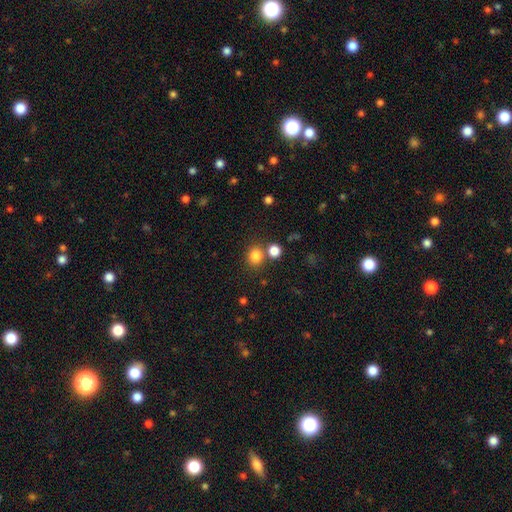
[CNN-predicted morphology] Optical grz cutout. It shows a smooth galaxy with no disk features (82%) that is round (79%). Merging: none (72%).